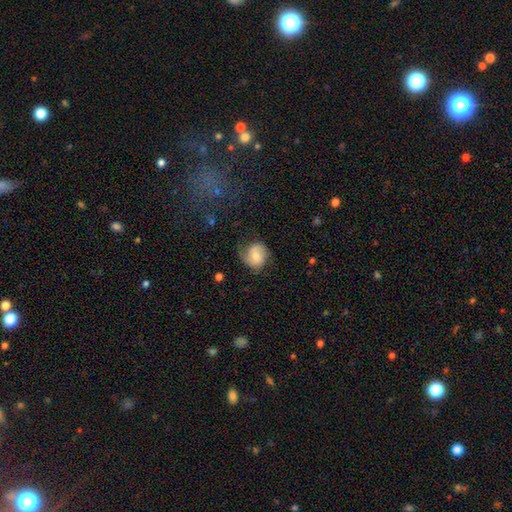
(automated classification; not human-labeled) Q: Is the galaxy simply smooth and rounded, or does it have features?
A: smooth — 51%.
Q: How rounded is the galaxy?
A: round — 73%.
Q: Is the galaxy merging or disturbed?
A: none — 53%.